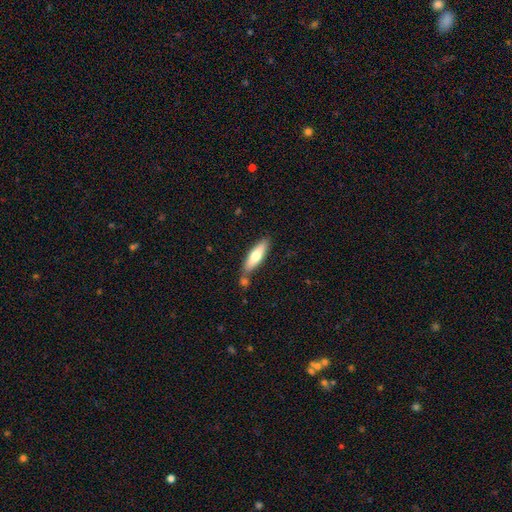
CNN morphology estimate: Smooth or featured? smooth (66%)
How rounded? cigar-shaped (60%)
Merging? none (71%)